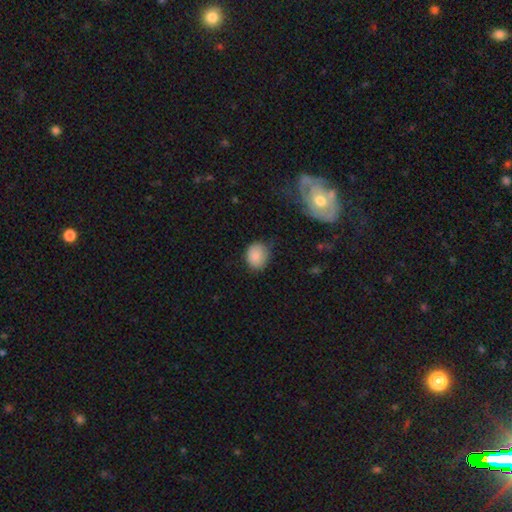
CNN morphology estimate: The model was most divided on "how rounded": round: 65%, in between: 35%, cigar-shaped: 1%. More confident: smooth or featured — smooth (85%); merging — none (72%).